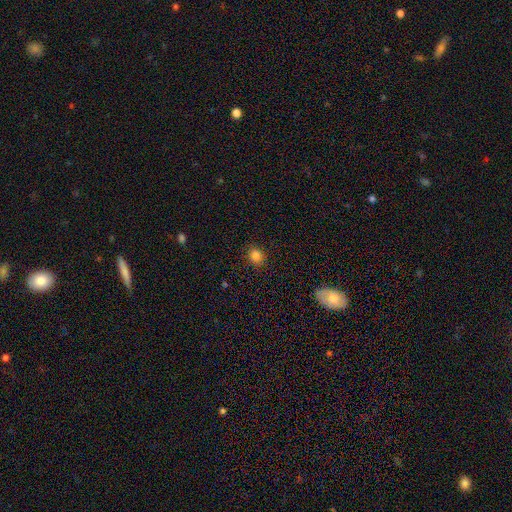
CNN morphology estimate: The model was most divided on "how rounded": round: 80%, in between: 19%, cigar-shaped: 1%. More confident: merging — none (90%); smooth or featured — smooth (84%).